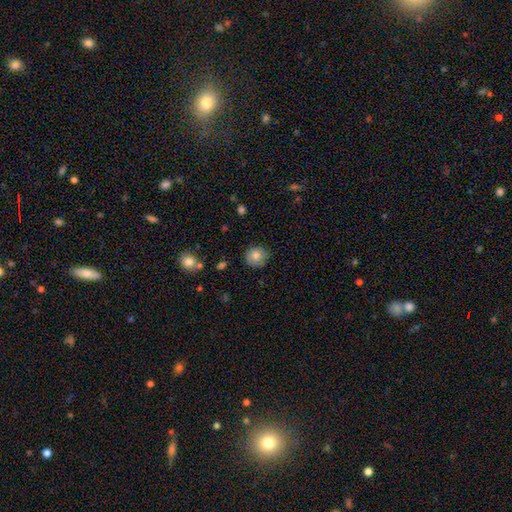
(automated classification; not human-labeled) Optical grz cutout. It shows a smooth galaxy with no disk features (82%) that is round (87%). Merging: none (83%).